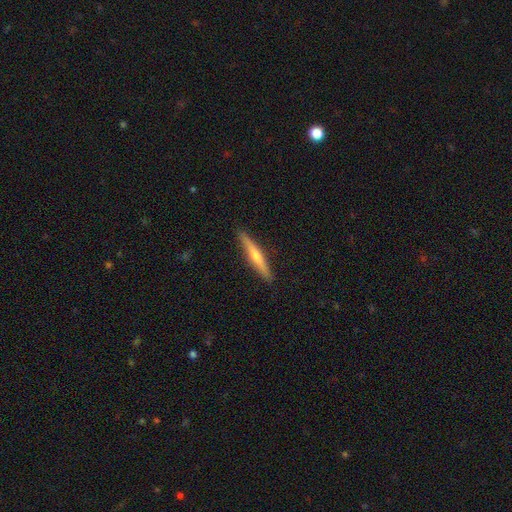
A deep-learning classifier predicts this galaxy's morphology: This is possibly a featured or disk galaxy (60%). It is clearly viewed edge-on (96%). Edge-on bulge: clearly rounded (81%). Merging: clearly none (91%).